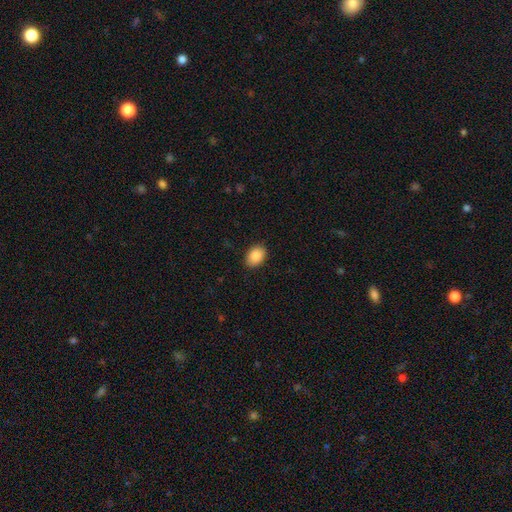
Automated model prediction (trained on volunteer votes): The model was most divided on "how rounded": in between: 80%, round: 19%, cigar-shaped: 1%. More confident: smooth or featured — smooth (89%); merging — none (88%).